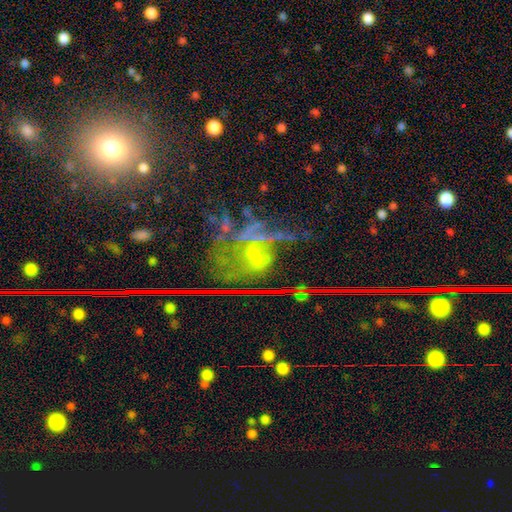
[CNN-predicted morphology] A featured or disk galaxy (52%). Merging: none (39%).